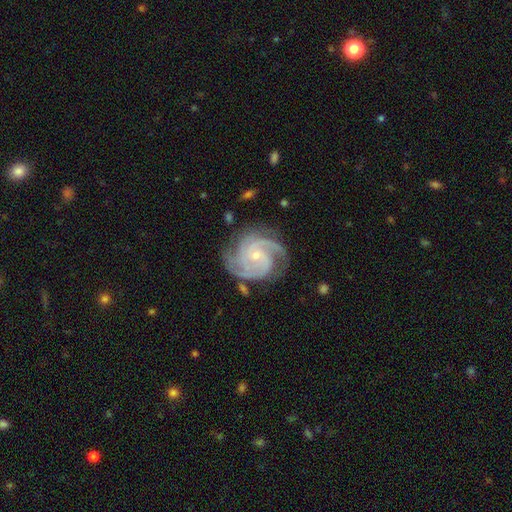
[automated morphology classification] featured or disk 92%, star or artifact 4%, smooth 4%. Down the decision tree: edge-on disk — no (98%); bar — no (66%); spiral arms — yes (99%); spiral arm count — 3 (49%); spiral winding — tight (59%); bulge size — small (78%); merging — none (77%).